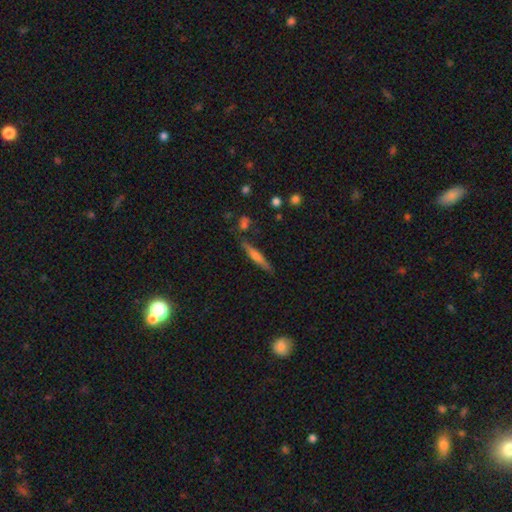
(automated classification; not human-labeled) Overall: smooth (51%; featured or disk 41%). How rounded: cigar-shaped (90%). Merging: none (80%).